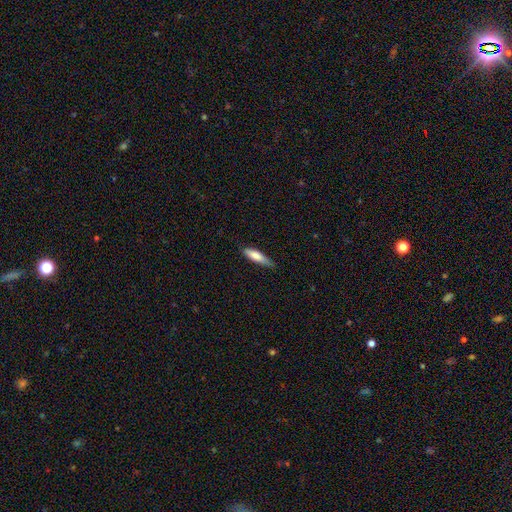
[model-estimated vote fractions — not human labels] smooth-or-featured: smooth: 75% | featured or disk: 19% | star or artifact: 6%
  how-rounded: cigar-shaped: 71% | in between: 27% | round: 2%
  merging: none: 72% | minor disturbance: 23% | major disturbance: 3% | merger: 1%